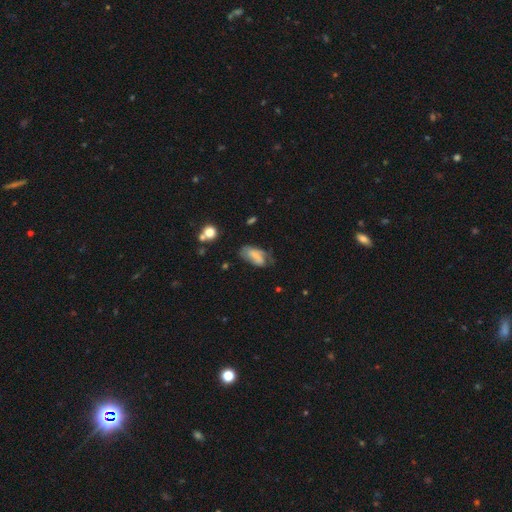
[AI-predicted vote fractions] smooth 59%, featured or disk 32%, star or artifact 9%. Down the decision tree: how rounded — in between (88%); merging — none (39%).